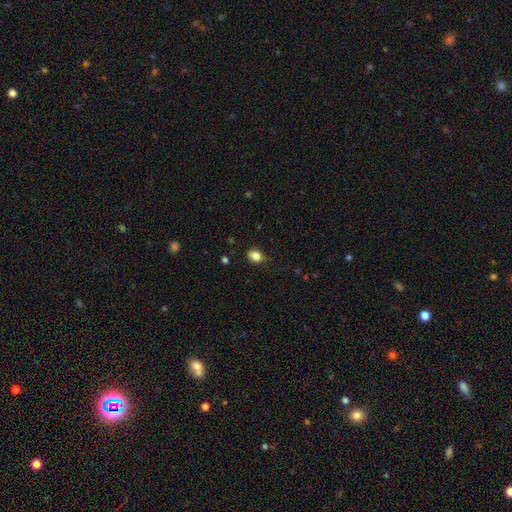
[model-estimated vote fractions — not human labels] Smooth or featured? smooth (82%)
How rounded? round (57%)
Merging? none (70%)